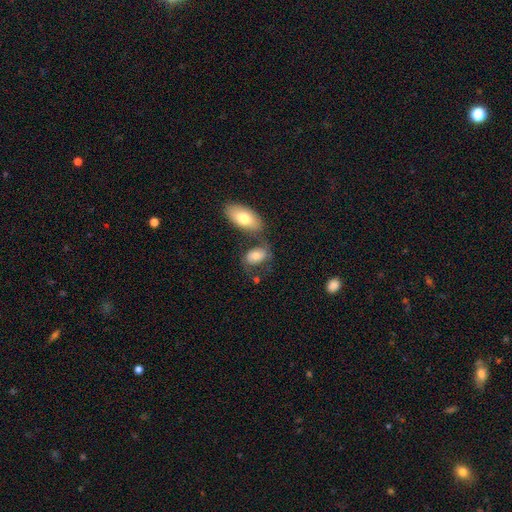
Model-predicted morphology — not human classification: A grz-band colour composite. It shows a smooth galaxy with no disk features (64%) that is in between round and cigar-shaped (85%). Merging: none (43%).